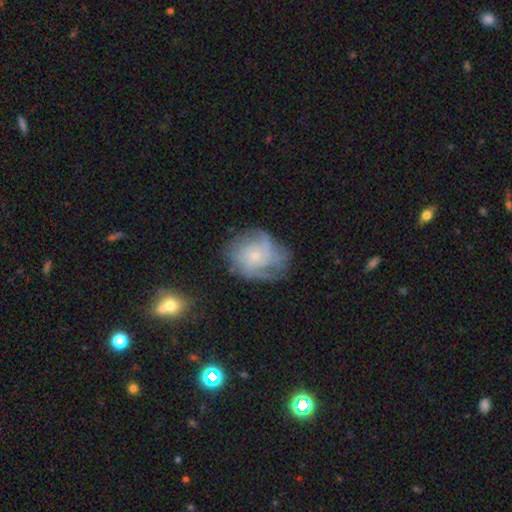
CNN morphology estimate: The model was most divided on "spiral winding": tight: 49%, medium: 35%, loose: 16%. Remaining: edge-on disk — no (97%); spiral arms — yes (82%); bar — no (80%); bulge size — small (79%); smooth or featured — featured or disk (66%); merging — none (54%); spiral arm count — can't tell (45%).